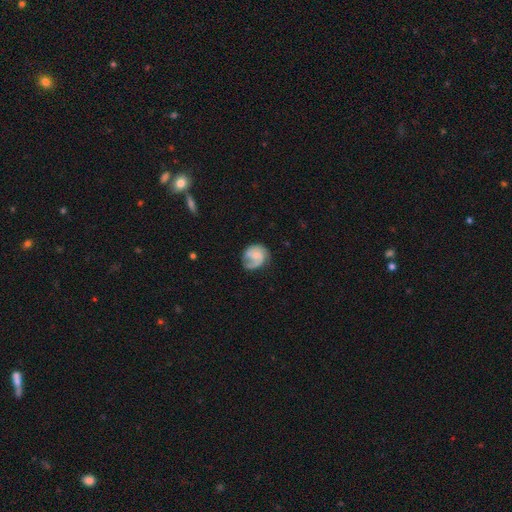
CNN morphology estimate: This appears to be a featured or disk galaxy (59%) with no bar (61%), 1 (49%) medium (41%) spiral arms (87%) and a small central bulge (39%). Merging: none (52%).